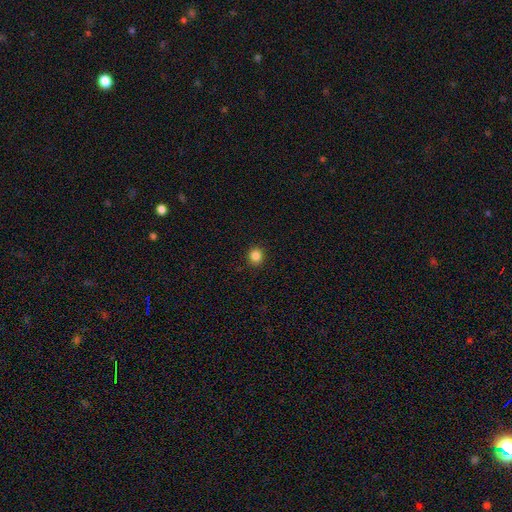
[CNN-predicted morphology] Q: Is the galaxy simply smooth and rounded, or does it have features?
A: smooth — 85%.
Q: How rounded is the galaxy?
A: round — 86%.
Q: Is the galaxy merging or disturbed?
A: none — 91%.